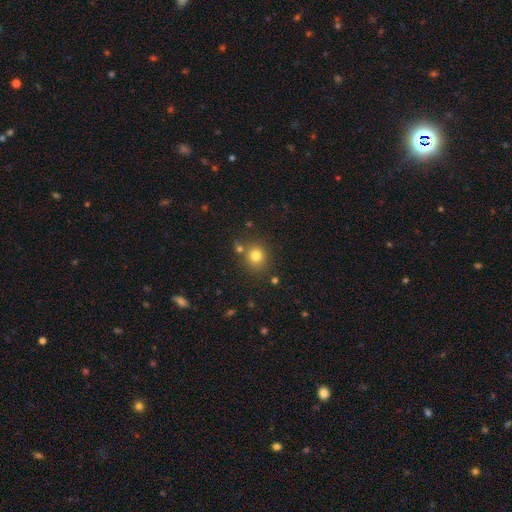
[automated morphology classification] Q: Smooth or featured?
A: smooth (79%); runner-up: star or artifact (14%)
Q: How rounded?
A: round (86%); runner-up: in between (13%)
Q: Merging?
A: none (76%); runner-up: merger (11%)